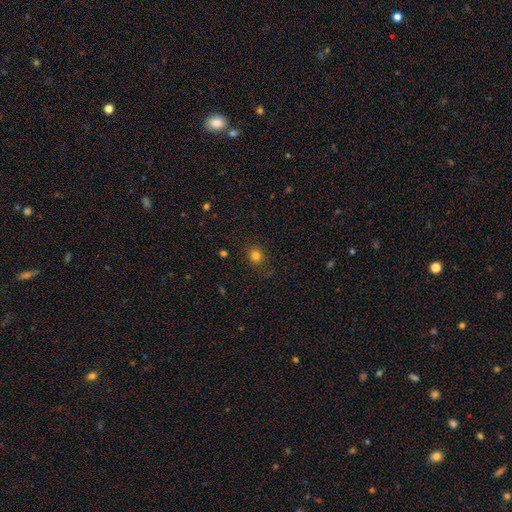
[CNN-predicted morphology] Q: Smooth or featured?
A: smooth (80%); runner-up: star or artifact (14%)
Q: How rounded?
A: round (78%); runner-up: in between (21%)
Q: Merging?
A: none (86%); runner-up: minor disturbance (10%)